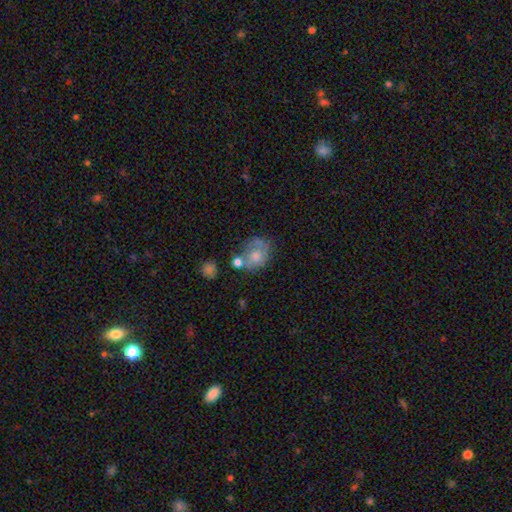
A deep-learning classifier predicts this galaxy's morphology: Overall: smooth (61%; featured or disk 30%). How rounded: round (55%; in between 44%). Merging: none (36%; minor disturbance 24%).